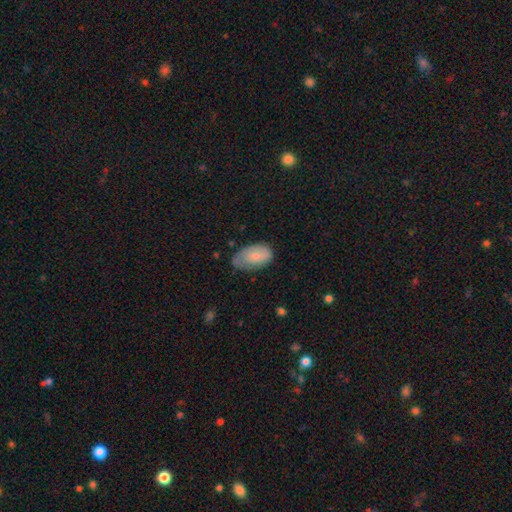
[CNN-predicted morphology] This is likely a smooth galaxy (72%). How rounded: clearly in between (94%). Merging: possibly none (55%).